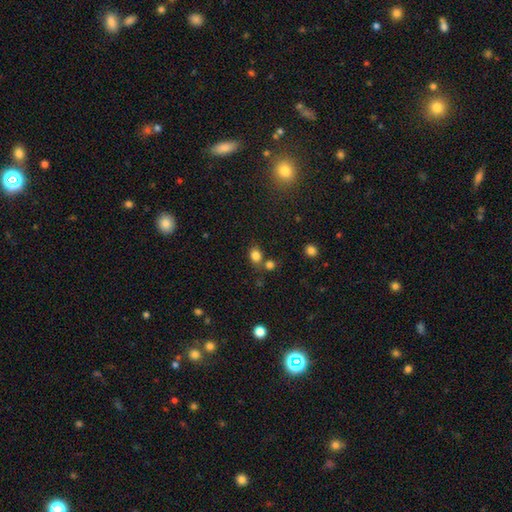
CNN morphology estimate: Q: Smooth or featured?
A: smooth (81%); runner-up: star or artifact (13%)
Q: How rounded?
A: round (50%); runner-up: in between (49%)
Q: Merging?
A: none (61%); runner-up: merger (22%)